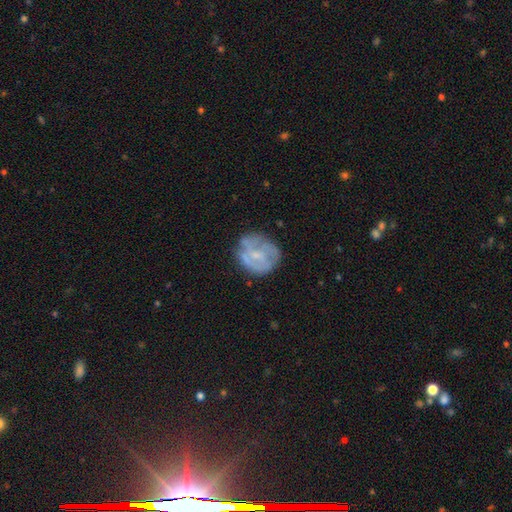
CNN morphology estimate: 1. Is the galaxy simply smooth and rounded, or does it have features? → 59% featured or disk, 34% smooth, 7% star or artifact.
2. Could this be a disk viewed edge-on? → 98% no, 2% yes.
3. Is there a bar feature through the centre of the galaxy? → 62% no, 32% weak, 6% strong.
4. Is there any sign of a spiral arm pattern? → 52% no, 48% yes.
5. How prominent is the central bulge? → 50% small, 28% moderate, 19% none, 2% large, 1% dominant.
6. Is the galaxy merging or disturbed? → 63% none, 23% minor disturbance, 11% major disturbance, 3% merger.